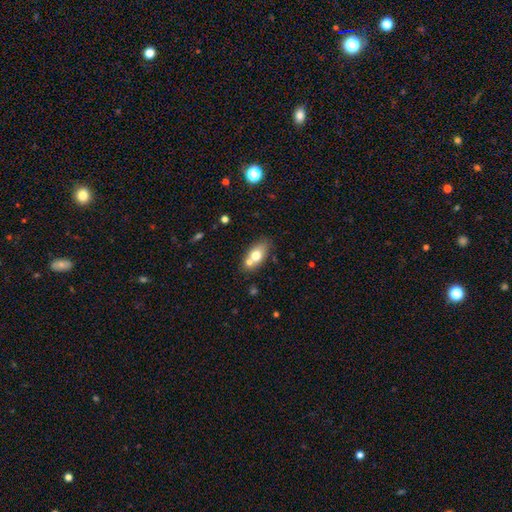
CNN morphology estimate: Smooth or featured? smooth (69%)
How rounded? in between (83%)
Merging? none (55%)